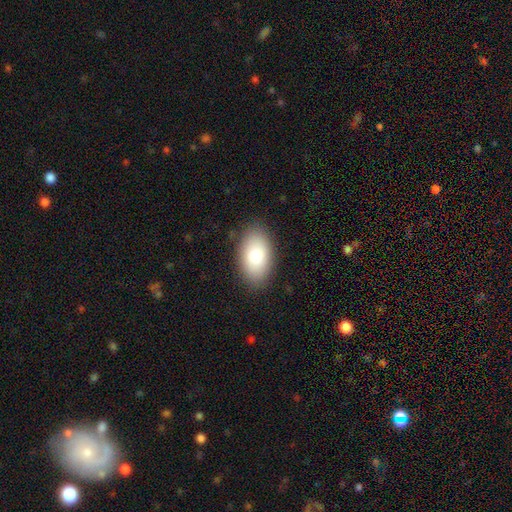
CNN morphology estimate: This is clearly a smooth galaxy (82%). How rounded: clearly in between (94%). Merging: clearly none (86%).